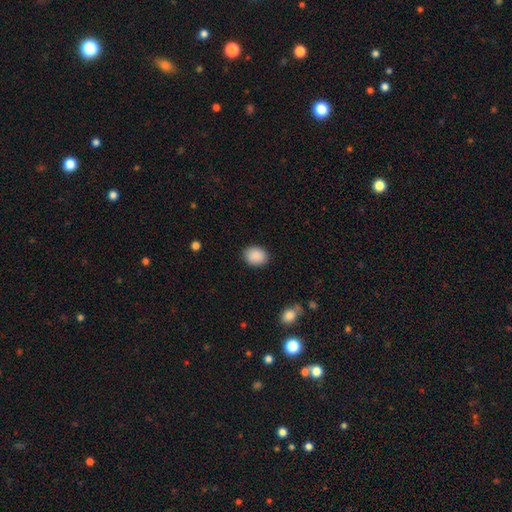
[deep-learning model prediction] Smooth or featured?
  - smooth: 90% *
  - star or artifact: 7%
  - featured or disk: 3%
How rounded?
  - in between: 52% *
  - round: 47%
  - cigar-shaped: 1%
Merging?
  - none: 88% *
  - minor disturbance: 9%
  - major disturbance: 2%
  - merger: 1%